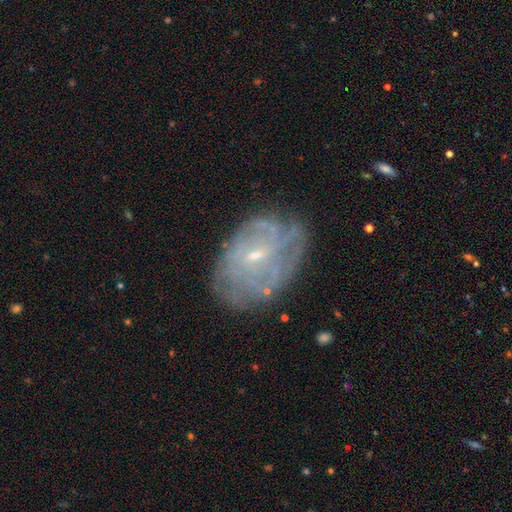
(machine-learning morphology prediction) smooth_or_featured: featured or disk (p=0.72) [alt: smooth p=0.19]
disk_edge_on: no (p=0.96) [alt: yes p=0.04]
bar: no (p=0.47) [alt: weak p=0.45]
has_spiral_arms: yes (p=0.72) [alt: no p=0.28]
bulge_size: small (p=0.75) [alt: moderate p=0.20]
merging: none (p=0.64) [alt: minor disturbance p=0.22]